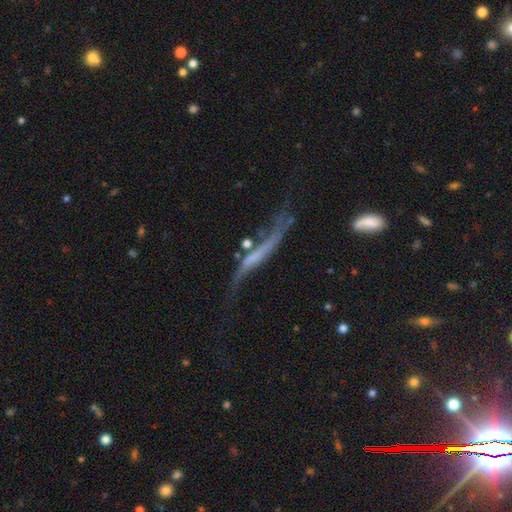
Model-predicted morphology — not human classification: smooth_or_featured: featured or disk (p=0.66) [alt: smooth p=0.23]
disk_edge_on: yes (p=0.56) [alt: no p=0.44]
merging: none (p=0.35) [alt: major disturbance p=0.30]